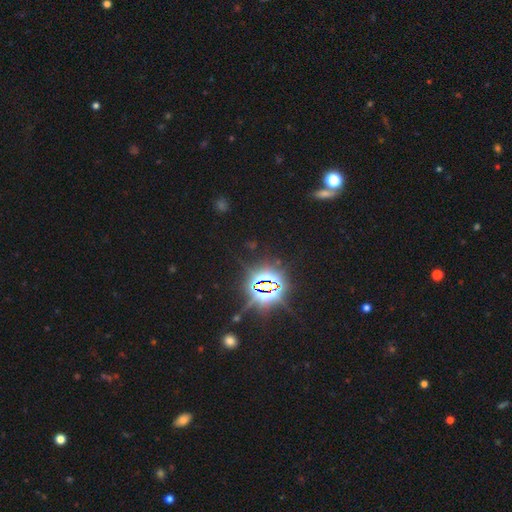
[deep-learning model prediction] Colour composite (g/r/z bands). It shows a star or artifact, not a galaxy (83%).